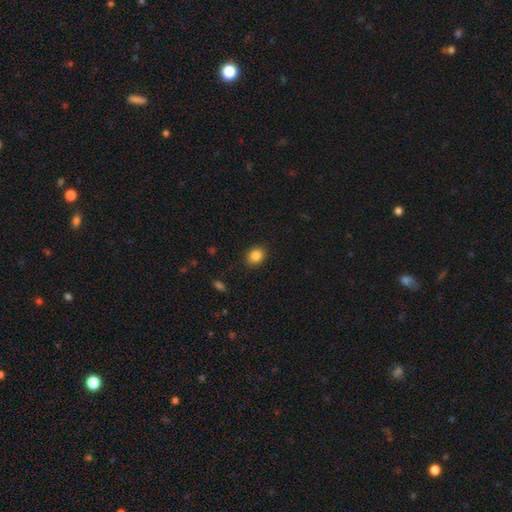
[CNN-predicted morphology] The model was most divided on "how rounded": in between: 52%, round: 47%, cigar-shaped: 1%. More confident: merging — none (89%); smooth or featured — smooth (85%).